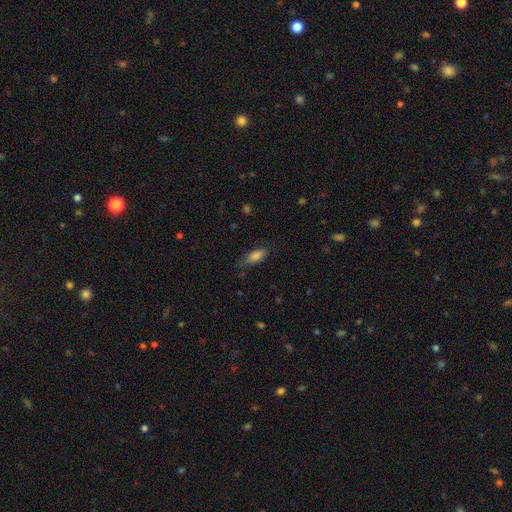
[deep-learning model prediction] The model was most divided on "merging": none: 70%, minor disturbance: 23%, major disturbance: 6%, merger: 1%. More confident: smooth or featured — smooth (82%); how rounded — in between (78%).